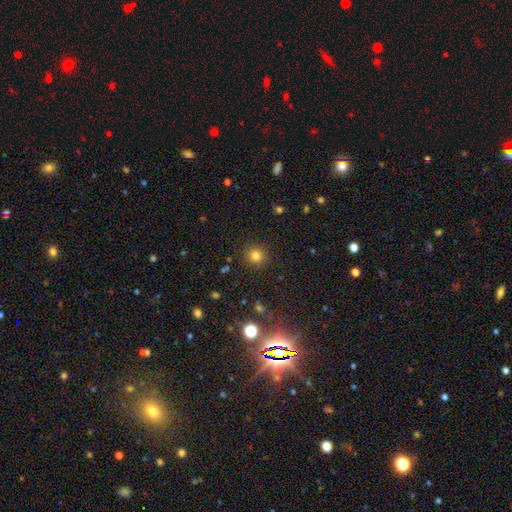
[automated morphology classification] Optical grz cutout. It shows a smooth galaxy with no disk features (79%) that is round (93%). Merging: none (90%).